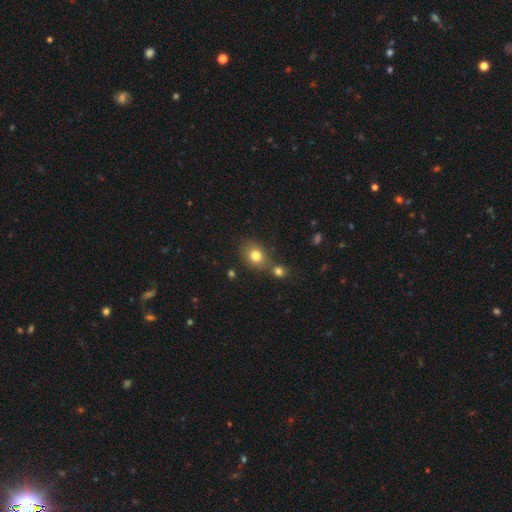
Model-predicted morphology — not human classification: A smooth galaxy with no disk features (79%) that is round (52%). Merging: none (61%).